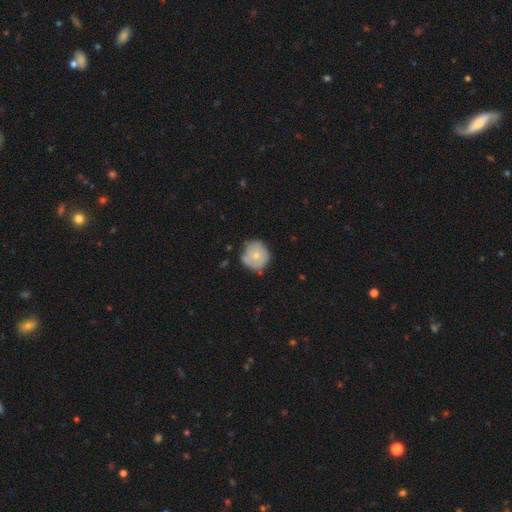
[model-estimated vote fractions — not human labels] Smooth or featured?
  - smooth: 65% *
  - featured or disk: 28%
  - star or artifact: 7%
How rounded?
  - round: 89% *
  - in between: 10%
  - cigar-shaped: 1%
Merging?
  - none: 63% *
  - minor disturbance: 27%
  - major disturbance: 6%
  - merger: 4%